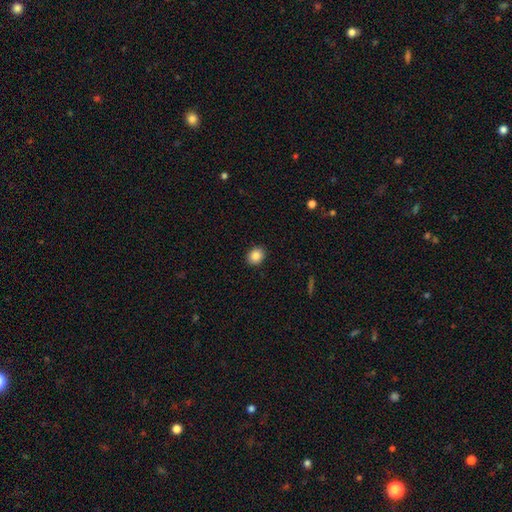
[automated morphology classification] type=smooth (86%); roundness=round (57%); merging=none (91%).